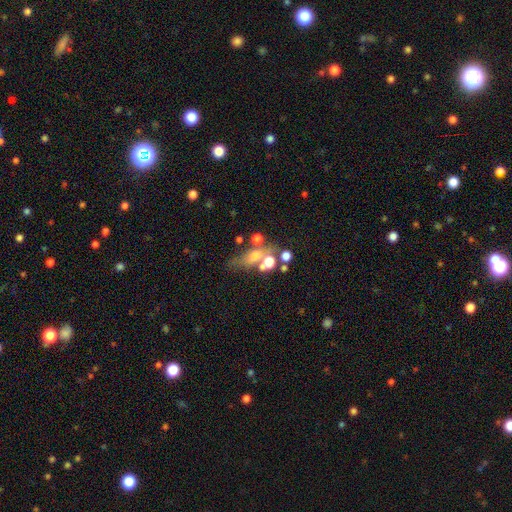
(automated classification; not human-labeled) smooth-or-featured: smooth: 45% | featured or disk: 29% | star or artifact: 26%
  merging: none: 43% | merger: 25% | major disturbance: 16% | minor disturbance: 16%